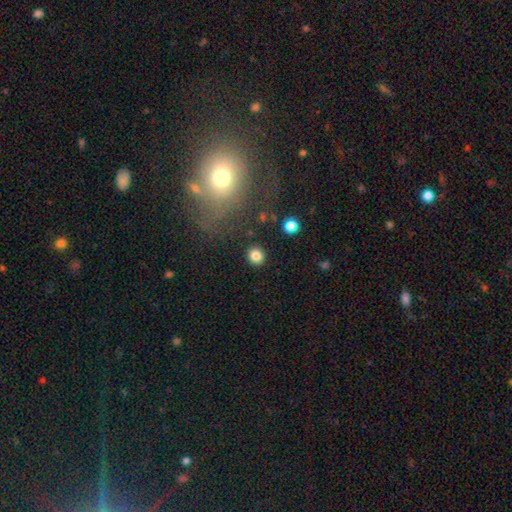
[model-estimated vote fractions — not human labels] Smooth or featured: smooth — 84% (star or artifact — 11%)
How rounded: round — 86% (in between — 13%)
Merging: none — 90% (minor disturbance — 6%)